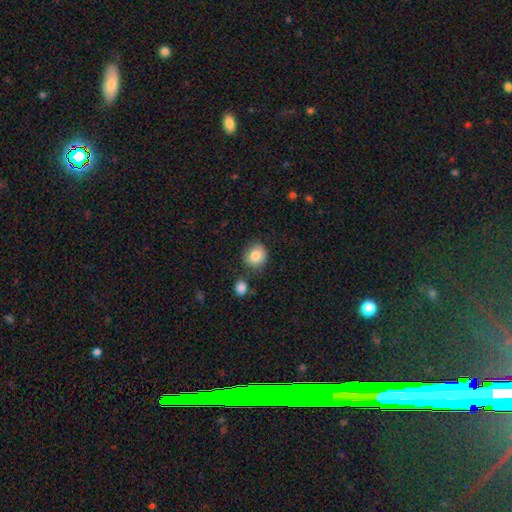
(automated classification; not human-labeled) Overall: smooth (84%). How rounded: round (78%). Merging: none (78%).